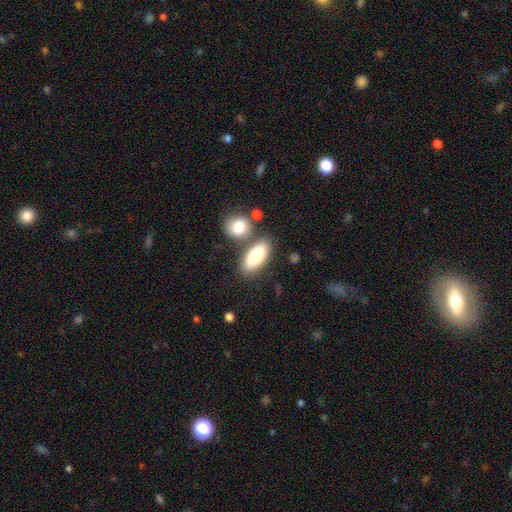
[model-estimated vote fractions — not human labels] This is likely a smooth galaxy (77%). How rounded: clearly in between (81%). Merging: likely none (68%).